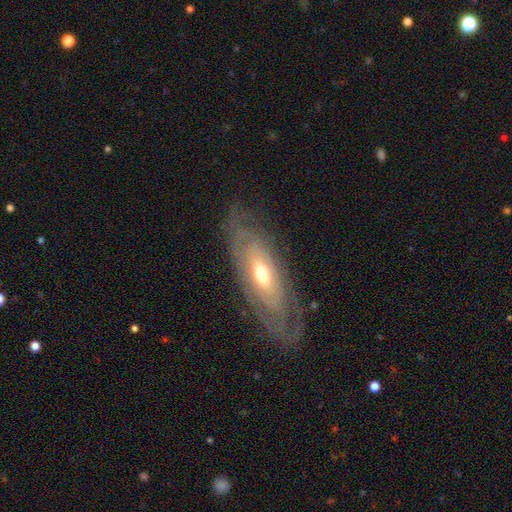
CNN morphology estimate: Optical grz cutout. It shows a featured or disk galaxy (76%) with no bar (71%), spiral arms (69%) and a moderate central bulge (61%). Merging: none (80%).